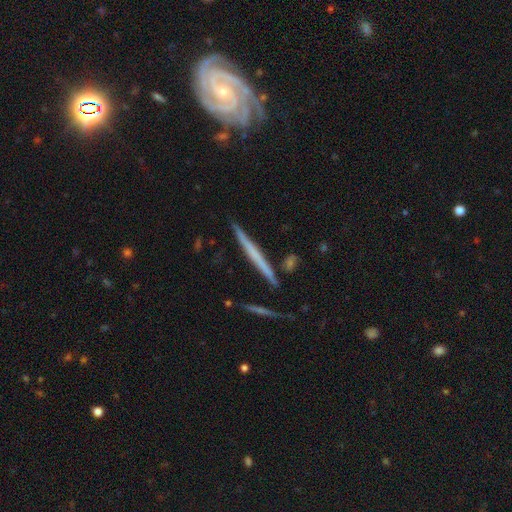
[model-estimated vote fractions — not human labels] A featured or disk galaxy (59%) viewed edge-on (96%) with no central bulge (82%).

Vote fractions:
- Smooth or featured? featured or disk: 59% / smooth: 34% / star or artifact: 7%
- Edge-on disk? yes: 96% / no: 4%
- Edge-on bulge? none: 82% / rounded: 13% / boxy: 5%
- Merging? none: 86% / minor disturbance: 9% / merger: 3% / major disturbance: 2%